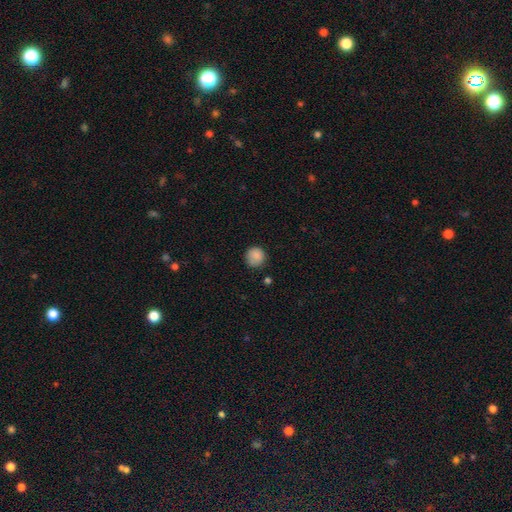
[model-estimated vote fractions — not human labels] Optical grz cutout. It shows a smooth galaxy with no disk features (86%) that is round (92%). Merging: none (78%).